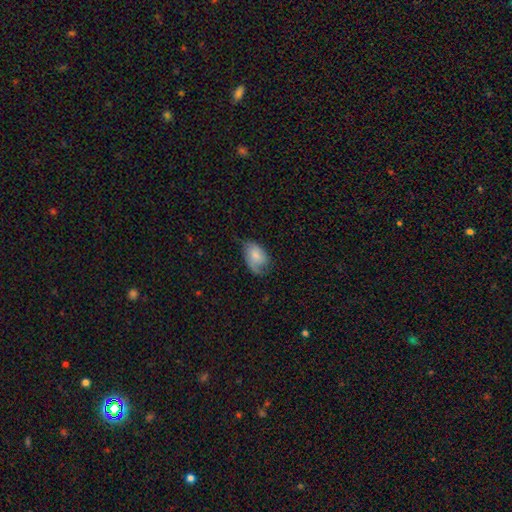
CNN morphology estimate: Smooth or featured? smooth (56%)
How rounded? in between (88%)
Merging? none (49%)